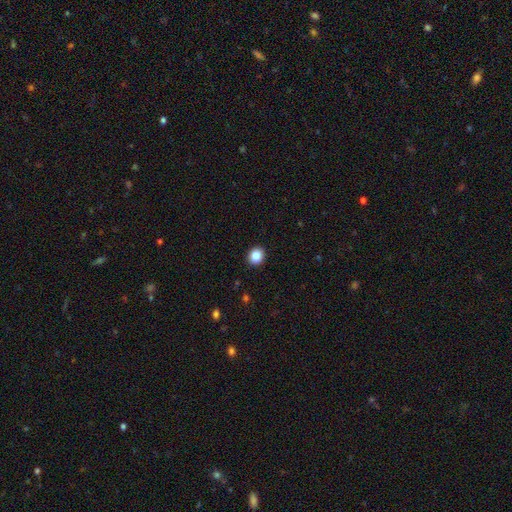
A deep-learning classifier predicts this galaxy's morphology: smooth-or-featured: smooth: 86% | star or artifact: 10% | featured or disk: 5%
  how-rounded: round: 75% | in between: 24% | cigar-shaped: 1%
  merging: none: 93% | minor disturbance: 5% | major disturbance: 2% | merger: 1%